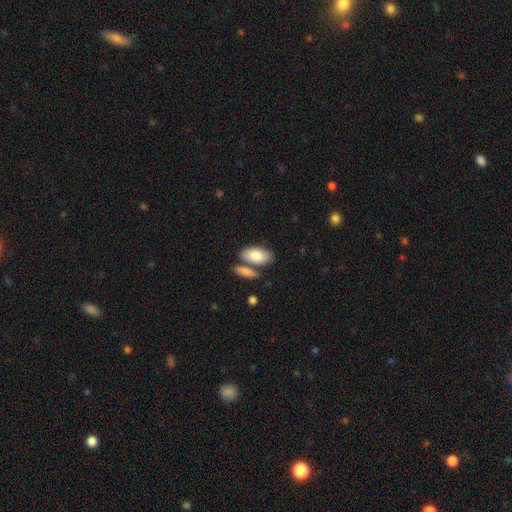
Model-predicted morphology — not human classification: Smooth or featured: smooth — 84% (featured or disk — 10%)
How rounded: in between — 93% (cigar-shaped — 4%)
Merging: none — 59% (merger — 26%)